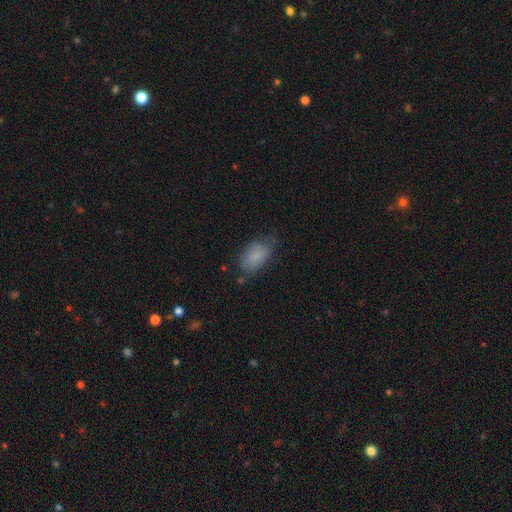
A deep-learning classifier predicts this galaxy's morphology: Overall: smooth (82%). How rounded: in between (92%). Merging: none (63%; minor disturbance 27%).